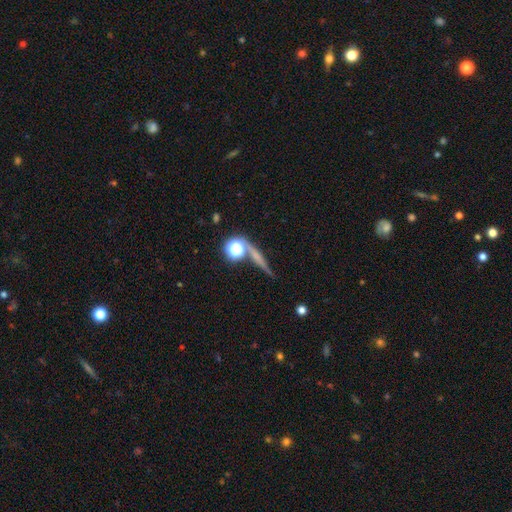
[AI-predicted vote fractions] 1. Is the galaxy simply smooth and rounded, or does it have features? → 44% featured or disk, 37% smooth, 19% star or artifact.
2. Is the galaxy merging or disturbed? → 73% none, 11% minor disturbance, 10% merger, 5% major disturbance.